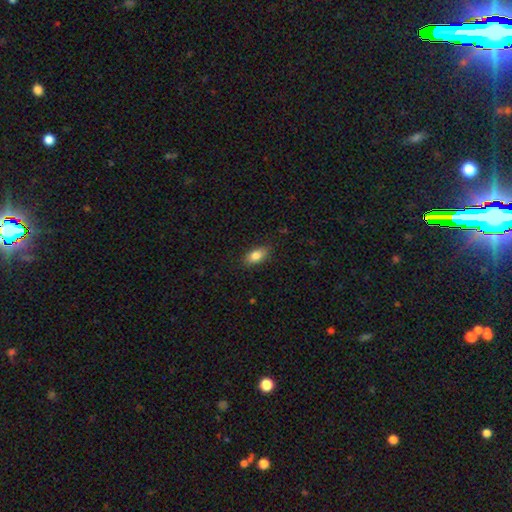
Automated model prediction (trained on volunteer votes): The model was most divided on "smooth or featured": smooth: 82%, featured or disk: 10%, star or artifact: 8%. More confident: how rounded — in between (88%); merging — none (85%).